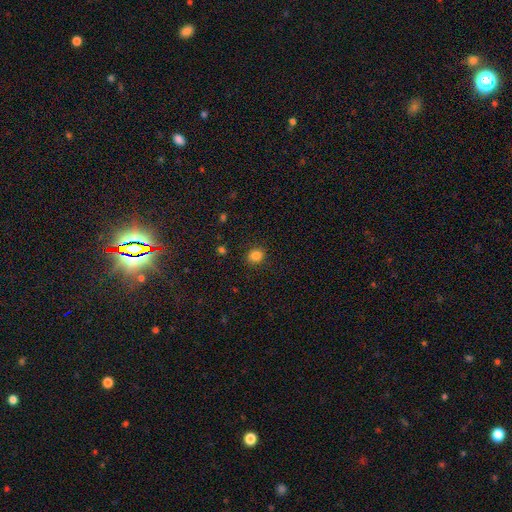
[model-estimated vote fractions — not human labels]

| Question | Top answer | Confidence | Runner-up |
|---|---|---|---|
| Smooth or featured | smooth | 84% | star or artifact (12%) |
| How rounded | round | 64% | in between (35%) |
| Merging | none | 86% | minor disturbance (10%) |